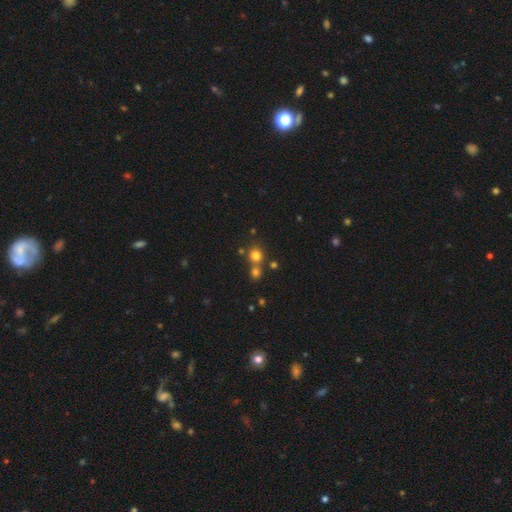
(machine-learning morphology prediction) type=smooth (74%); roundness=round (89%); merging=none (63%).